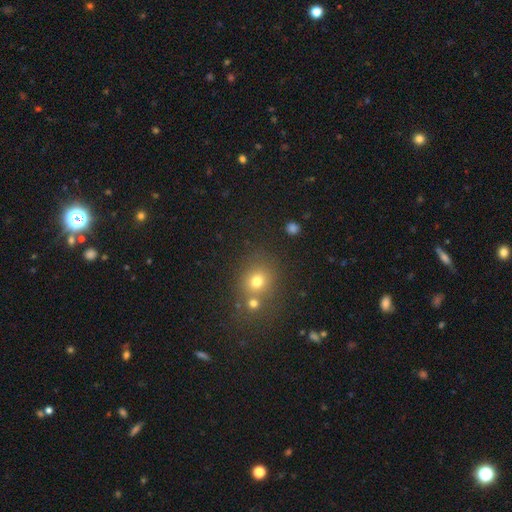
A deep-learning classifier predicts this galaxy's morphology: Smooth or featured? smooth (56%)
How rounded? round (76%)
Merging? none (66%)